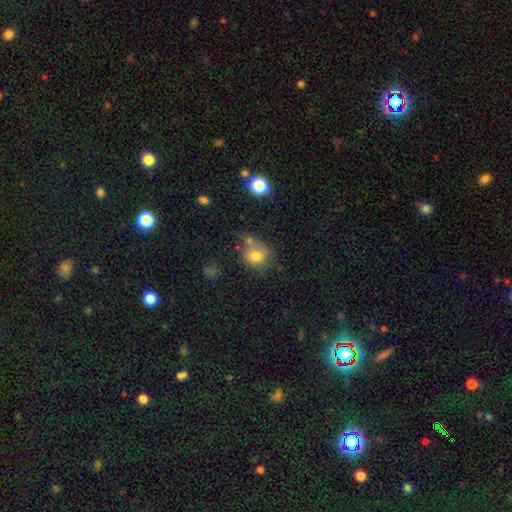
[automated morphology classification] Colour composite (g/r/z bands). It shows a smooth galaxy with no disk features (75%) that is round (82%). Merging: none (52%).